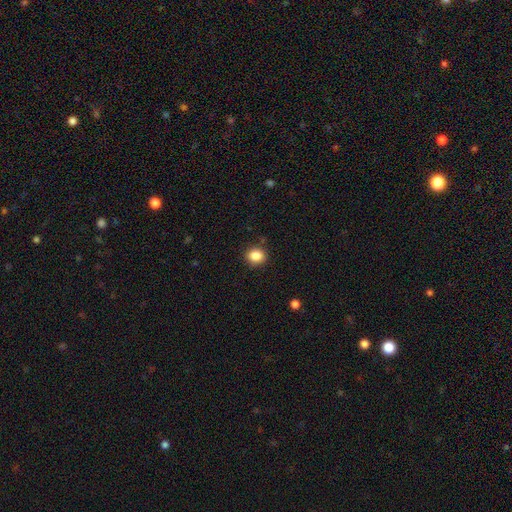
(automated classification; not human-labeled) Smooth or featured?
  - smooth: 86% *
  - star or artifact: 10%
  - featured or disk: 4%
How rounded?
  - round: 71% *
  - in between: 28%
  - cigar-shaped: 1%
Merging?
  - none: 89% *
  - minor disturbance: 8%
  - major disturbance: 2%
  - merger: 1%